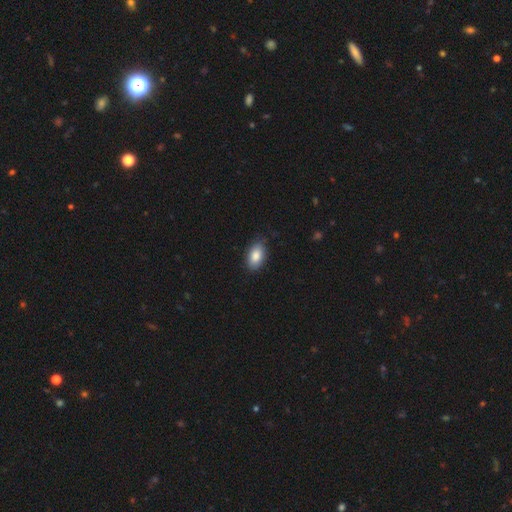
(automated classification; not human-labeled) Smooth or featured? smooth (86%)
How rounded? in between (92%)
Merging? none (81%)